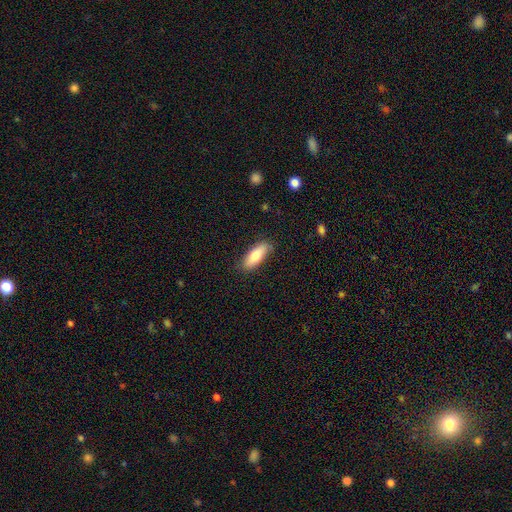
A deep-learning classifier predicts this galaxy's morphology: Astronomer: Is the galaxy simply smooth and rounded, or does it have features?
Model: smooth — 76%.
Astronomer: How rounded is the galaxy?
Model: in between — 67%.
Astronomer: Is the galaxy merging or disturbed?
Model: none — 83%.